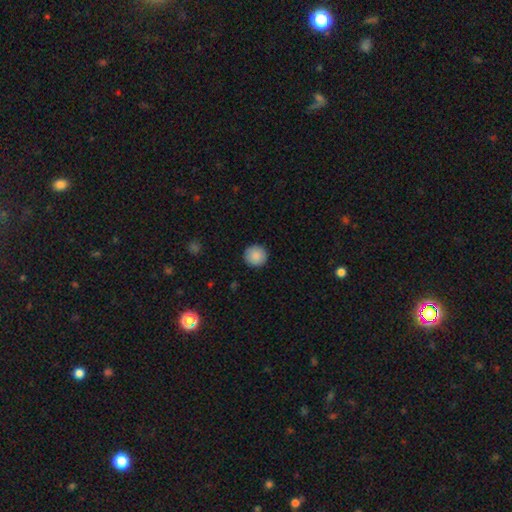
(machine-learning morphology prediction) A smooth galaxy with no disk features (88%) that is round (95%). Merging: none (91%).